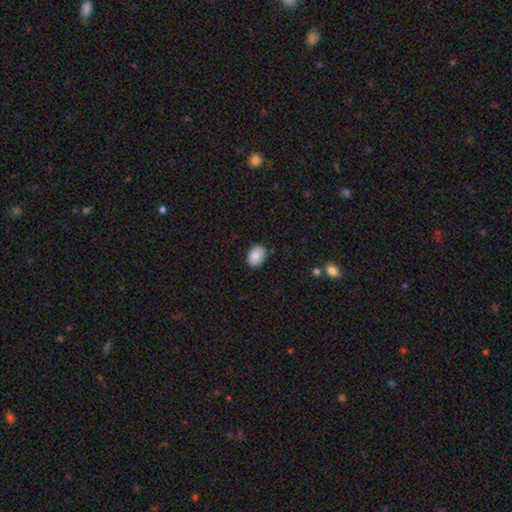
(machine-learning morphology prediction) A smooth galaxy with no disk features (88%) that is in between round and cigar-shaped (70%).

Vote fractions:
- Smooth or featured? smooth: 88% / star or artifact: 7% / featured or disk: 5%
- How rounded? in between: 70% / round: 29% / cigar-shaped: 1%
- Merging? none: 86% / minor disturbance: 11% / major disturbance: 2% / merger: 1%